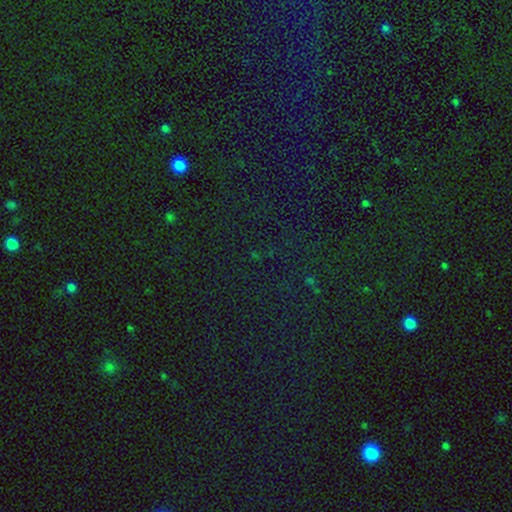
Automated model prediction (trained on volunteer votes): Q: Smooth or featured?
A: star or artifact (80%); runner-up: smooth (12%)